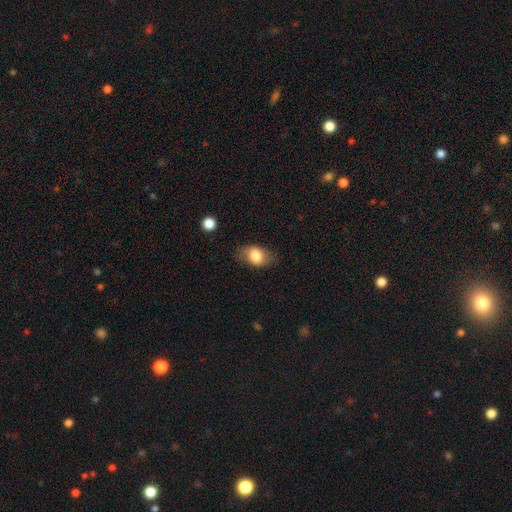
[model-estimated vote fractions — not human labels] Q: Smooth or featured?
A: smooth (79%); runner-up: featured or disk (14%)
Q: How rounded?
A: in between (79%); runner-up: round (20%)
Q: Merging?
A: none (75%); runner-up: minor disturbance (18%)